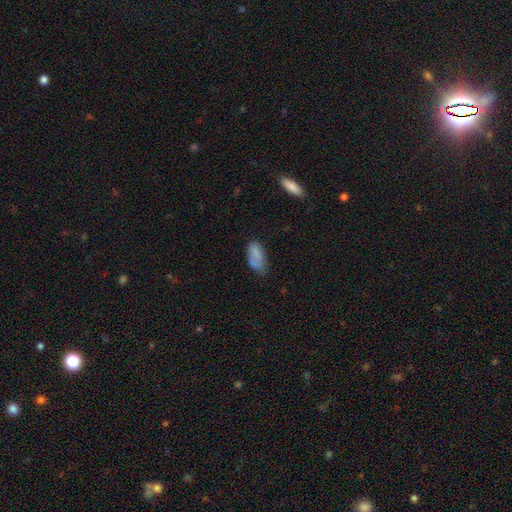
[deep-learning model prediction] Smooth or featured?
  - smooth: 79% *
  - featured or disk: 11%
  - star or artifact: 9%
How rounded?
  - in between: 91% *
  - cigar-shaped: 5%
  - round: 3%
Merging?
  - none: 49% *
  - minor disturbance: 33%
  - major disturbance: 13%
  - merger: 5%